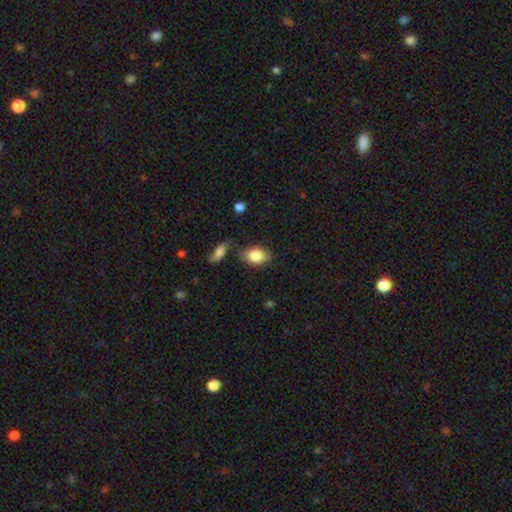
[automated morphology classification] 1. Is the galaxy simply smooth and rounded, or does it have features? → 83% smooth, 10% featured or disk, 7% star or artifact.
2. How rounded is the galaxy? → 83% in between, 15% round, 2% cigar-shaped.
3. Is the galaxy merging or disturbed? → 66% none, 21% minor disturbance, 8% merger, 6% major disturbance.